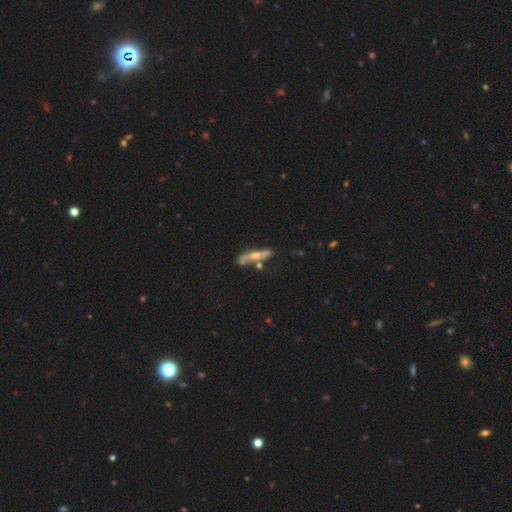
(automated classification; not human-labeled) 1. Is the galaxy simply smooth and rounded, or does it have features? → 55% featured or disk, 39% smooth, 6% star or artifact.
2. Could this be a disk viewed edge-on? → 76% yes, 24% no.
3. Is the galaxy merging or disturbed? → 59% none, 21% minor disturbance, 14% merger, 6% major disturbance.